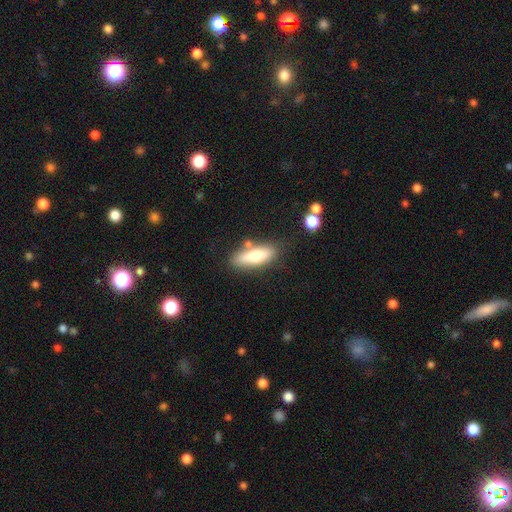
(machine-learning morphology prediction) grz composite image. It shows a smooth galaxy with no disk features (64%) that is in between round and cigar-shaped (52%). Merging: none (73%).